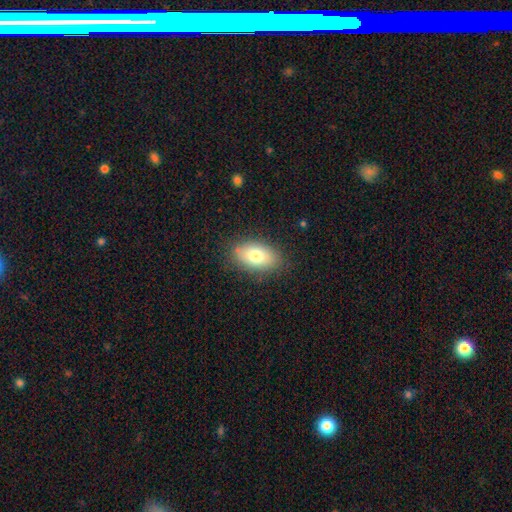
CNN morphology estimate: This appears to be a smooth galaxy with no disk features (77%) that is in between round and cigar-shaped (90%). Merging: none (84%).